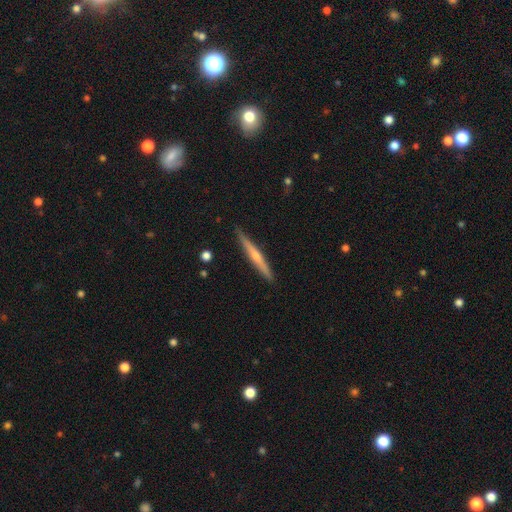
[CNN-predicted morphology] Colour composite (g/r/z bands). It shows a featured or disk galaxy (61%) viewed edge-on (97%) with a rounded central bulge (69%). Merging: none (91%).